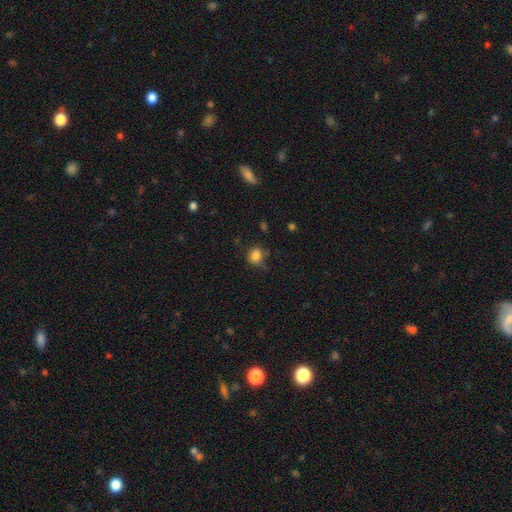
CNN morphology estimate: smooth-or-featured: smooth: 83% | star or artifact: 11% | featured or disk: 6%
  how-rounded: round: 61% | in between: 38% | cigar-shaped: 1%
  merging: none: 65% | minor disturbance: 24% | major disturbance: 7% | merger: 4%